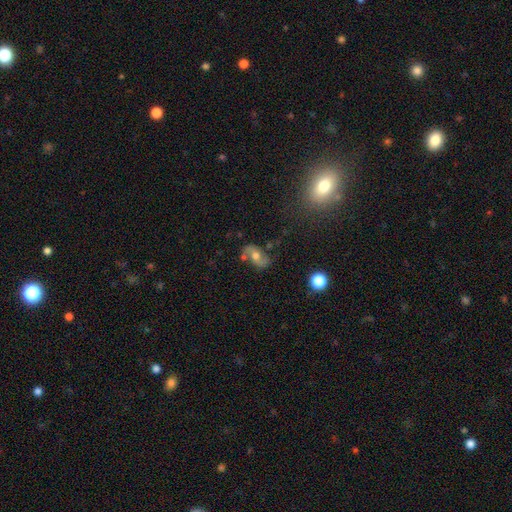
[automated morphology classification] Smooth or featured?
  - featured or disk: 62% *
  - smooth: 28%
  - star or artifact: 10%
Edge-on disk?
  - no: 94% *
  - yes: 6%
Bar?
  - no: 67% *
  - weak: 26%
  - strong: 7%
Spiral arms?
  - yes: 81% *
  - no: 19%
Bulge size?
  - moderate: 73% *
  - small: 13%
  - large: 11%
  - none: 2%
  - dominant: 1%
Merging?
  - none: 65% *
  - minor disturbance: 20%
  - major disturbance: 8%
  - merger: 8%